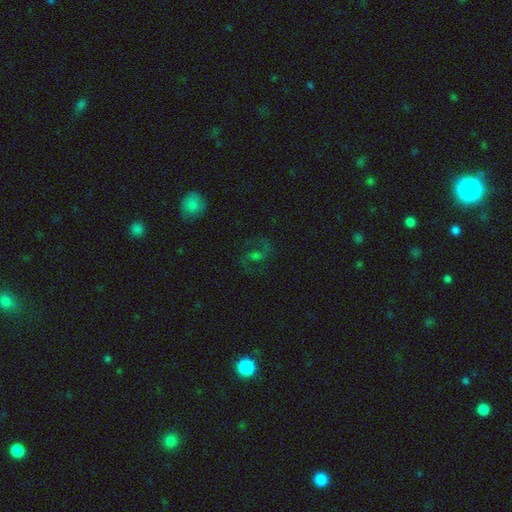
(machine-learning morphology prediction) Overall: featured or disk (58%; star or artifact 27%). Edge-on disk: no (96%). Bar: weak (47%; no 37%). Spiral arms: yes (90%). Bulge size: moderate (44%; small 34%). Merging: none (77%).